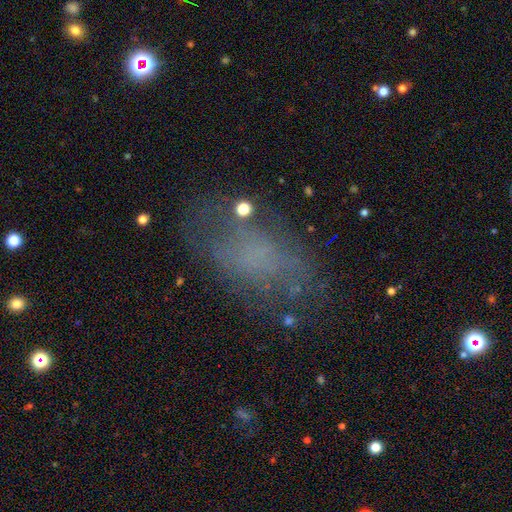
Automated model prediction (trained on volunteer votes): Q: Smooth or featured?
A: smooth (55%); runner-up: featured or disk (28%)
Q: How rounded?
A: in between (89%); runner-up: round (6%)
Q: Merging?
A: none (65%); runner-up: minor disturbance (20%)